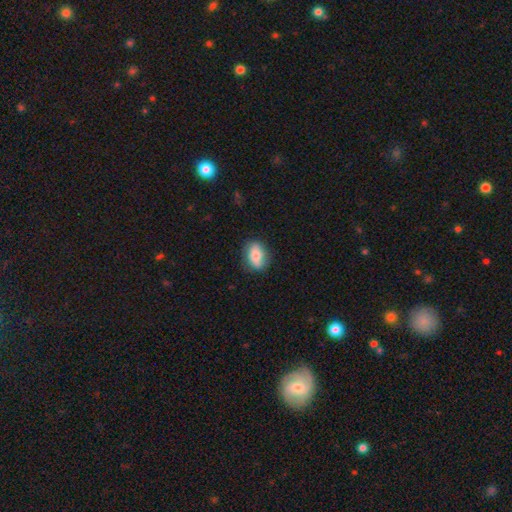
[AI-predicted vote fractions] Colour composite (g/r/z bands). It shows a smooth galaxy with no disk features (76%) that is in between round and cigar-shaped (77%). Merging: none (80%).